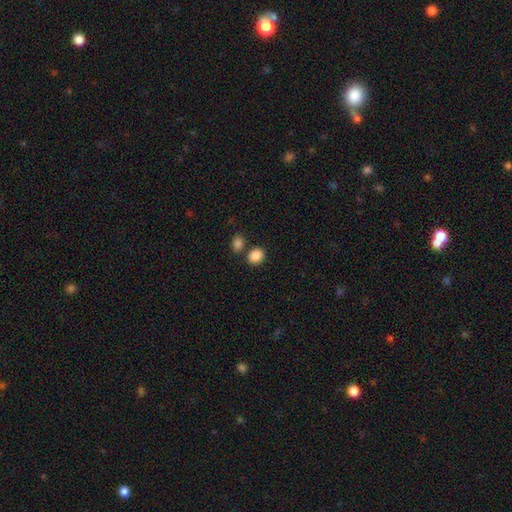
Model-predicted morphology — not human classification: This is clearly a smooth galaxy (87%). How rounded: possibly in between (53%). Merging: likely none (70%).